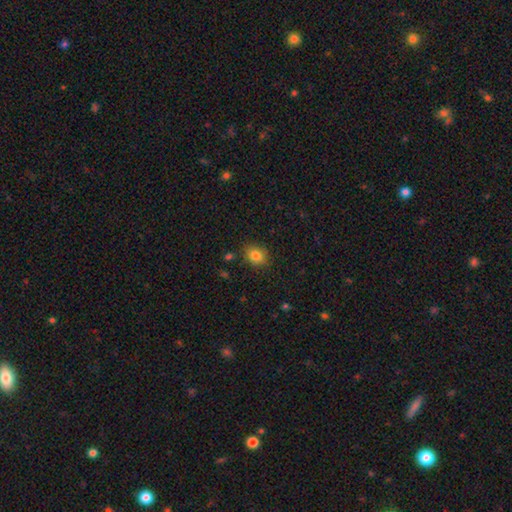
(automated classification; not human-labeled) smooth 83%, star or artifact 11%, featured or disk 6%. Down the decision tree: how rounded — round (52%); merging — none (84%).